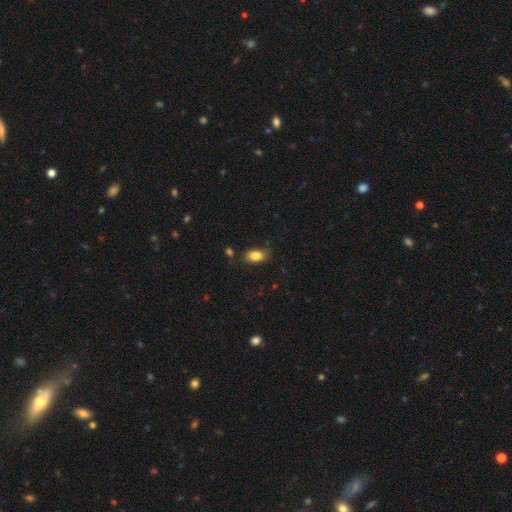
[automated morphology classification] smooth 84%, star or artifact 8%, featured or disk 8%. Down the decision tree: how rounded — in between (90%); merging — none (80%).